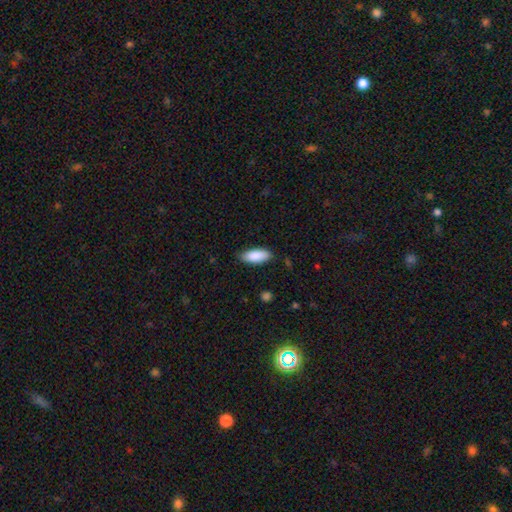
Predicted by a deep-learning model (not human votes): Smooth or featured? Predicted: smooth (p=0.89). How rounded? Predicted: in between (p=0.82). Merging? Predicted: none (p=0.85).